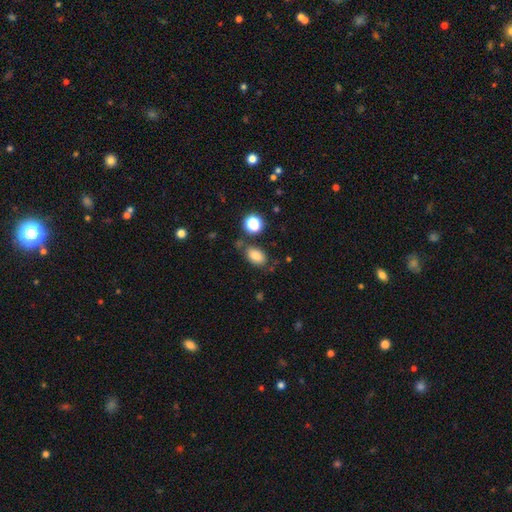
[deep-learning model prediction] This is clearly a smooth galaxy (83%). How rounded: clearly in between (86%). Merging: likely none (73%).